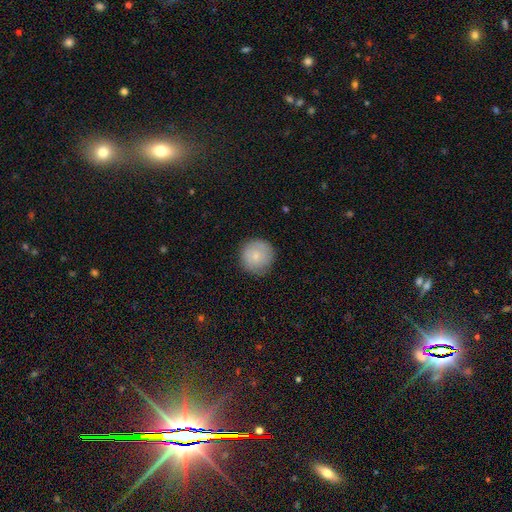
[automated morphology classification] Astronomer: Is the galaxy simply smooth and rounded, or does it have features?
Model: smooth — 75%.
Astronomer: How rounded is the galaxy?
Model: round — 95%.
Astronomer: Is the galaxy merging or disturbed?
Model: none — 85%.